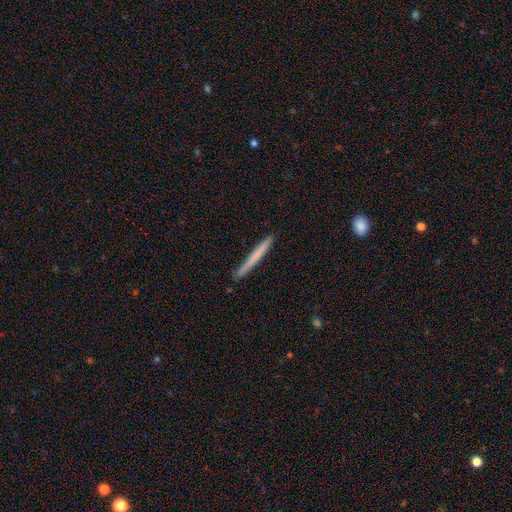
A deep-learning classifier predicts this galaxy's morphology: This appears to be a smooth galaxy with no disk features (64%) that is cigar-shaped (97%). Merging: none (89%).